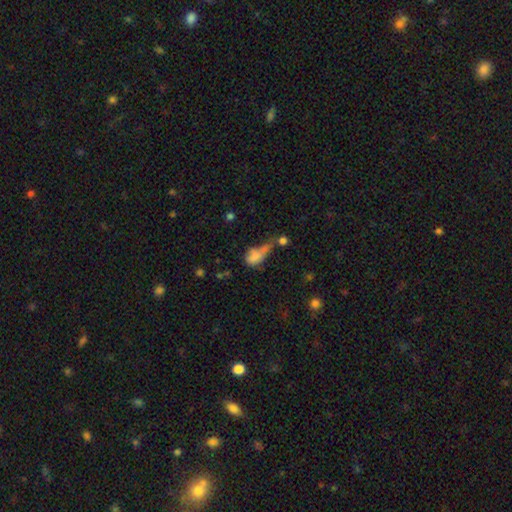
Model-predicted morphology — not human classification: Smooth or featured?
  - smooth: 64% *
  - featured or disk: 21%
  - star or artifact: 15%
How rounded?
  - in between: 71% *
  - round: 15%
  - cigar-shaped: 14%
Merging?
  - major disturbance: 32% *
  - merger: 27%
  - none: 20%
  - minor disturbance: 20%